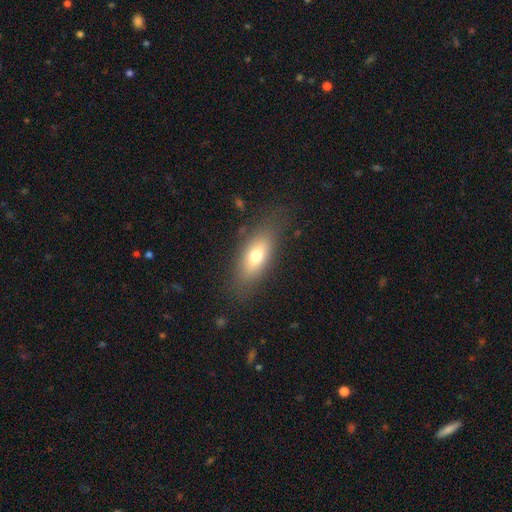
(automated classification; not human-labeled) smooth-or-featured: smooth: 68% | featured or disk: 24% | star or artifact: 8%
  how-rounded: in between: 74% | cigar-shaped: 22% | round: 5%
  merging: none: 78% | minor disturbance: 15% | major disturbance: 6% | merger: 1%